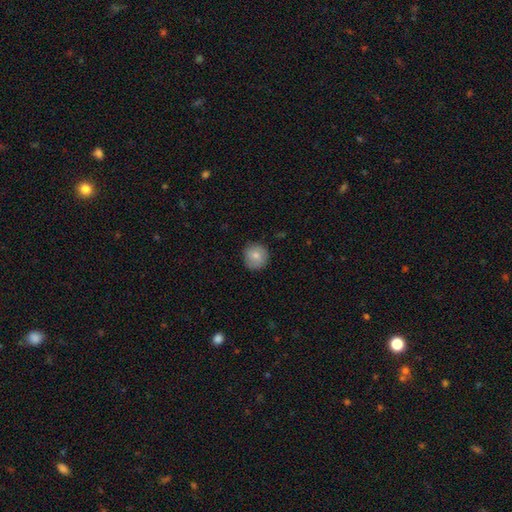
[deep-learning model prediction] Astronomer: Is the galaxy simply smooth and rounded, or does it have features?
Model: smooth — 81%.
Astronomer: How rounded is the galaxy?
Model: round — 92%.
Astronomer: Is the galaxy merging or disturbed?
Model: none — 86%.